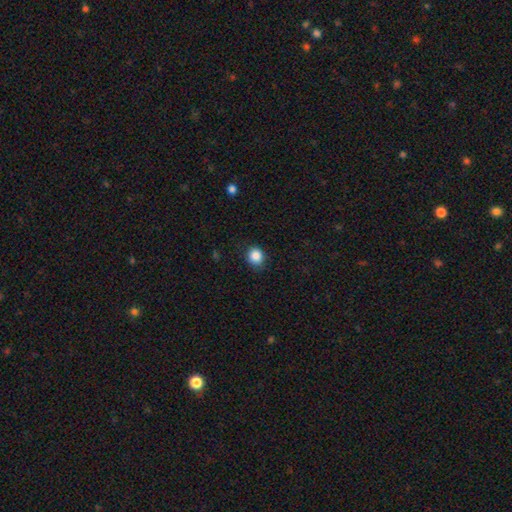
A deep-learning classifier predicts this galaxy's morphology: This appears to be a smooth galaxy with no disk features (86%) that is round (77%). Merging: none (82%).